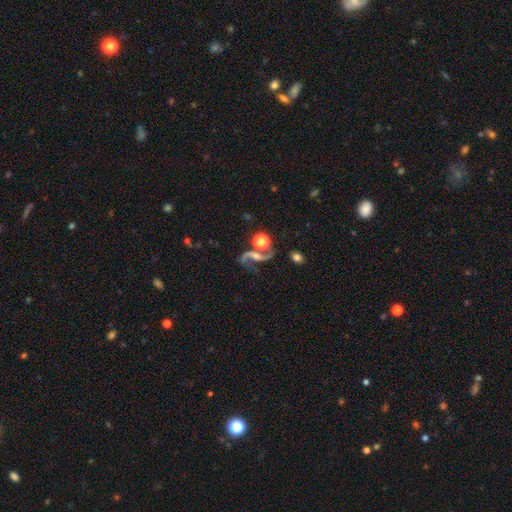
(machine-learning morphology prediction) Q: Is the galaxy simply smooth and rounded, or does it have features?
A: featured or disk — 80%.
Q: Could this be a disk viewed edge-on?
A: no — 96%.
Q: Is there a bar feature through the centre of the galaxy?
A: no — 42%.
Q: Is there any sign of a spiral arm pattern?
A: yes — 95%.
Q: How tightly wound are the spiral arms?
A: loose — 77%.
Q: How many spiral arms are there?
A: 2 — 89%.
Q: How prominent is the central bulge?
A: moderate — 39%.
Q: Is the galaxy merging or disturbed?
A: none — 55%.